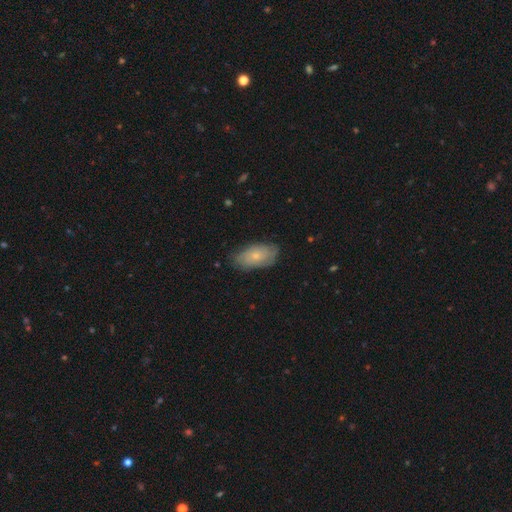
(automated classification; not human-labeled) Morphology: type=smooth (51%); roundness=in between (91%); merging=none (74%).